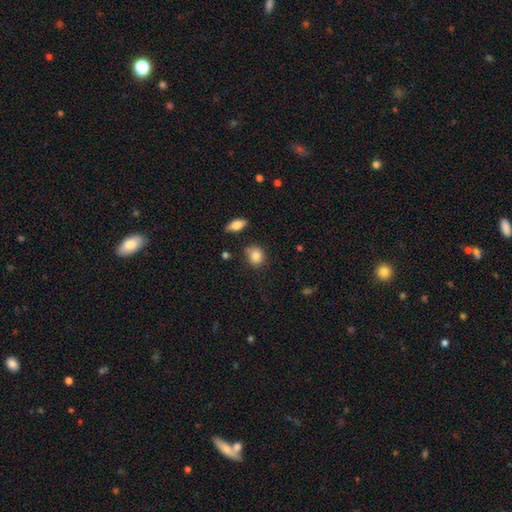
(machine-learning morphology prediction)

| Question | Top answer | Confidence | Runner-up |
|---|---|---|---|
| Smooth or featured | smooth | 84% | star or artifact (9%) |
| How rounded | round | 71% | in between (27%) |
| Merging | none | 73% | minor disturbance (17%) |